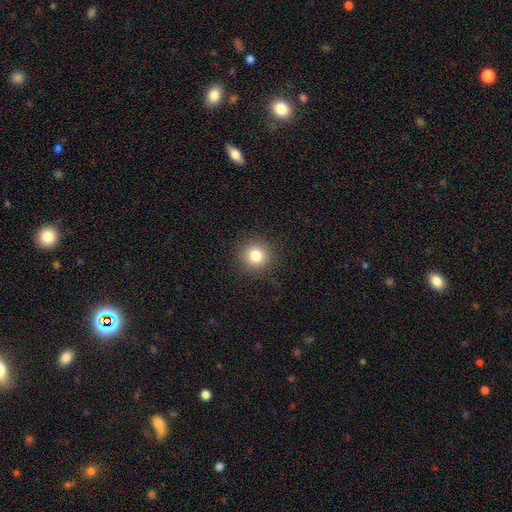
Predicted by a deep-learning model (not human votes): Overall: smooth (81%). How rounded: round (93%). Merging: none (91%).